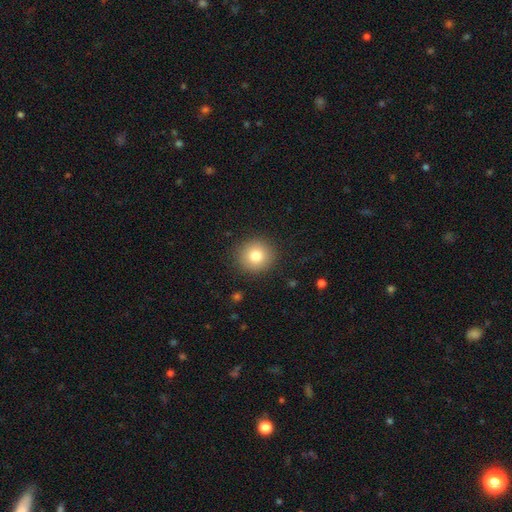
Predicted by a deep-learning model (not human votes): smooth 80%, star or artifact 10%, featured or disk 9%. Down the decision tree: how rounded — round (91%); merging — none (90%).